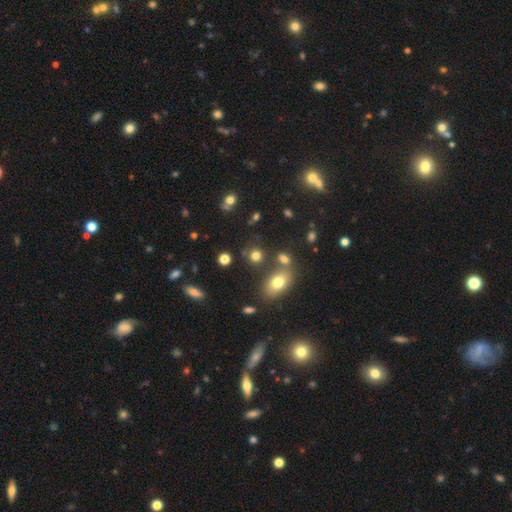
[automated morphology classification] smooth 75%, star or artifact 16%, featured or disk 9%. Down the decision tree: how rounded — round (76%); merging — none (70%).